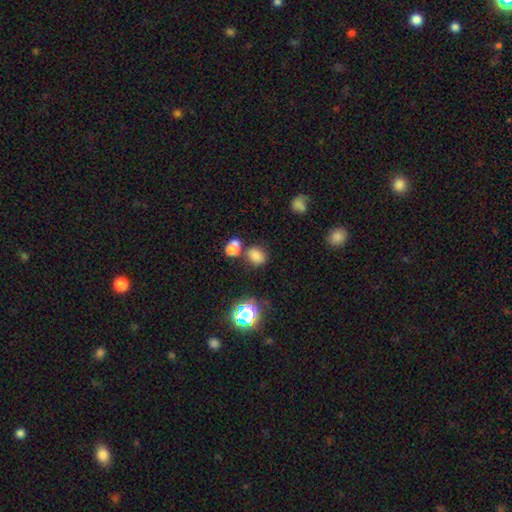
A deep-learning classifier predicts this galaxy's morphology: Q: Smooth or featured?
A: smooth (75%); runner-up: star or artifact (18%)
Q: How rounded?
A: in between (64%); runner-up: round (34%)
Q: Merging?
A: none (58%); runner-up: merger (25%)